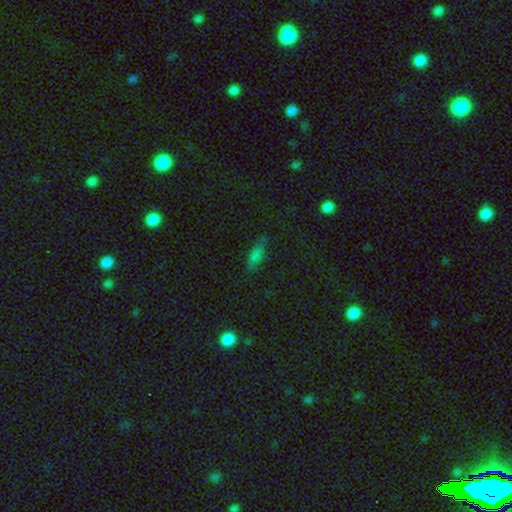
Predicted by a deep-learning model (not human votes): Smooth or featured? smooth (71%)
How rounded? in between (54%)
Merging? none (77%)